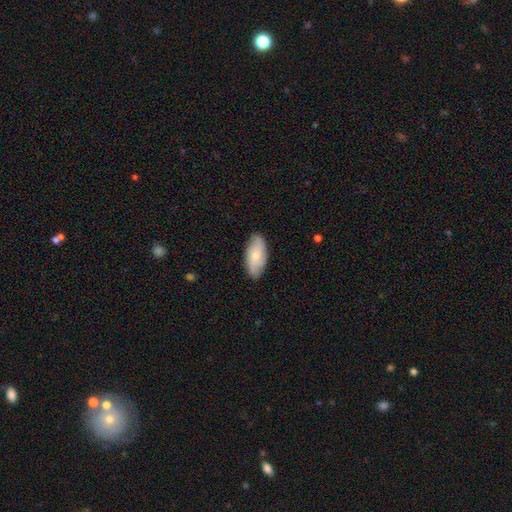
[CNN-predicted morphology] Overall: smooth (53%; featured or disk 40%). How rounded: in between (89%). Merging: none (81%).